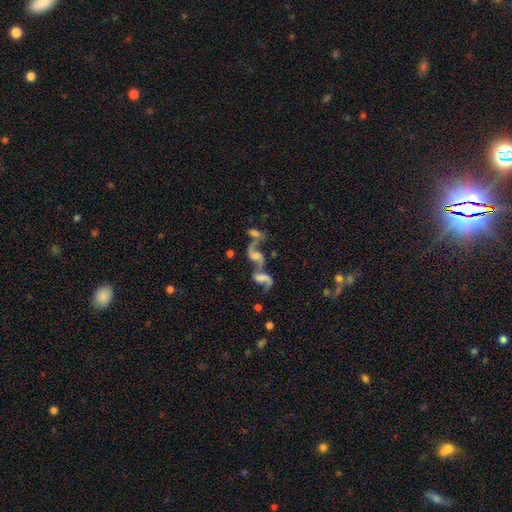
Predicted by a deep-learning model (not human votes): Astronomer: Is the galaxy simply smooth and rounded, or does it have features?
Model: featured or disk — 66%.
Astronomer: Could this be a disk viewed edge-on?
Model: no — 95%.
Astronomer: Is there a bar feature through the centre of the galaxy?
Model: no — 59%.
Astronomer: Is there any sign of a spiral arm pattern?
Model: yes — 77%.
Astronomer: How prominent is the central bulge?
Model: none — 36% (runner-up: moderate, 27%).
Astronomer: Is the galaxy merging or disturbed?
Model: merger — 62%.